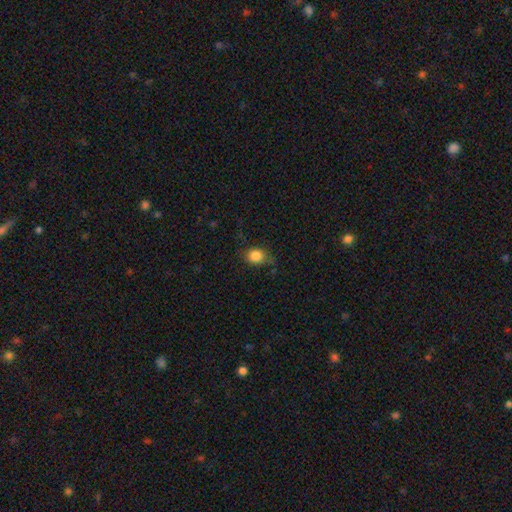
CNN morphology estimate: smooth 84%, star or artifact 10%, featured or disk 6%. Down the decision tree: how rounded — round (55%); merging — none (70%).